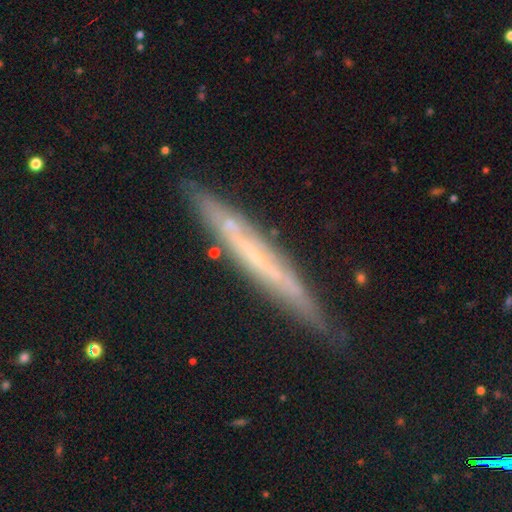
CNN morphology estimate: smooth_or_featured: featured or disk (p=0.65) [alt: smooth p=0.26]
disk_edge_on: yes (p=0.89) [alt: no p=0.11]
edge_on_bulge: none (p=0.83) [alt: rounded p=0.12]
merging: none (p=0.83) [alt: minor disturbance p=0.13]